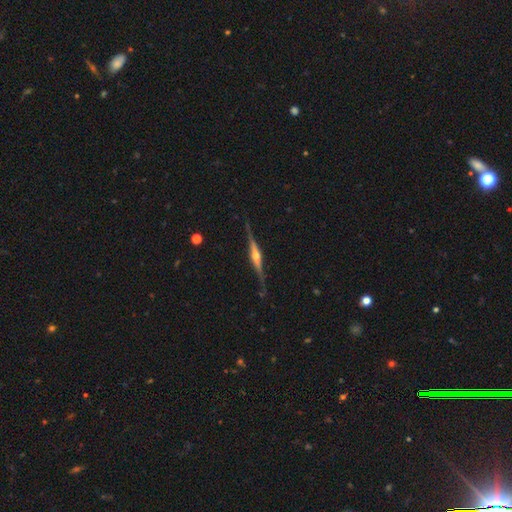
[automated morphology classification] Smooth or featured: featured or disk — 83% (smooth — 12%)
Edge-on disk: yes — 98% (no — 2%)
Edge-on bulge: rounded — 88% (boxy — 7%)
Merging: none — 84% (minor disturbance — 12%)